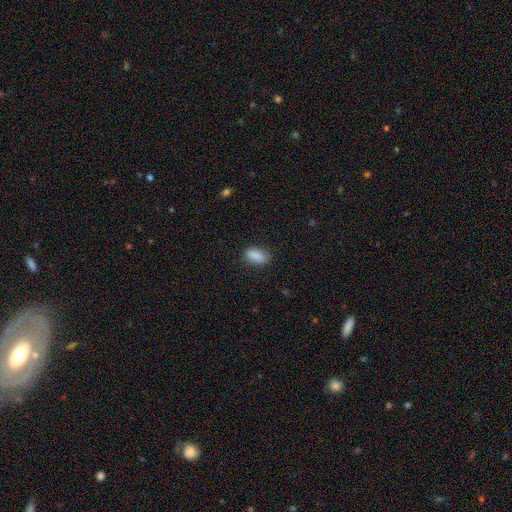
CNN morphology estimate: This appears to be a smooth galaxy with no disk features (88%) that is in between round and cigar-shaped (88%). Merging: none (82%).